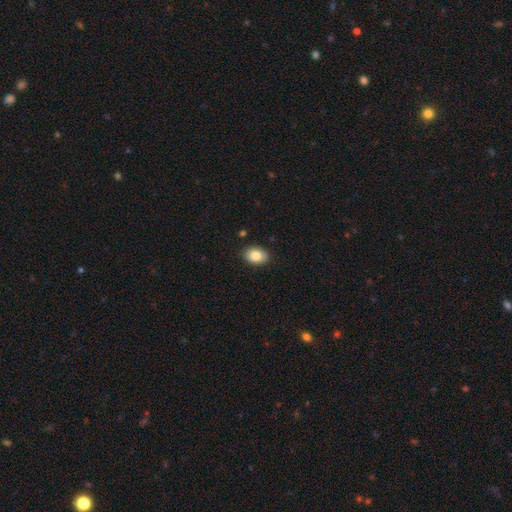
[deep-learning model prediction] A smooth galaxy with no disk features (85%) that is in between round and cigar-shaped (79%).

Vote fractions:
- Smooth or featured? smooth: 85% / star or artifact: 8% / featured or disk: 7%
- How rounded? in between: 79% / round: 20% / cigar-shaped: 1%
- Merging? none: 87% / minor disturbance: 9% / major disturbance: 2% / merger: 1%